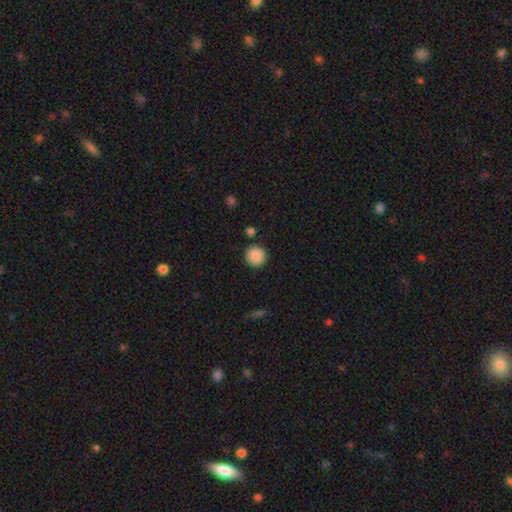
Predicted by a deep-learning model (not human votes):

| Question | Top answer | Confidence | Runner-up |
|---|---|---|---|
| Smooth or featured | smooth | 89% | star or artifact (8%) |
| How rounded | round | 94% | in between (5%) |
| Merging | none | 90% | minor disturbance (6%) |